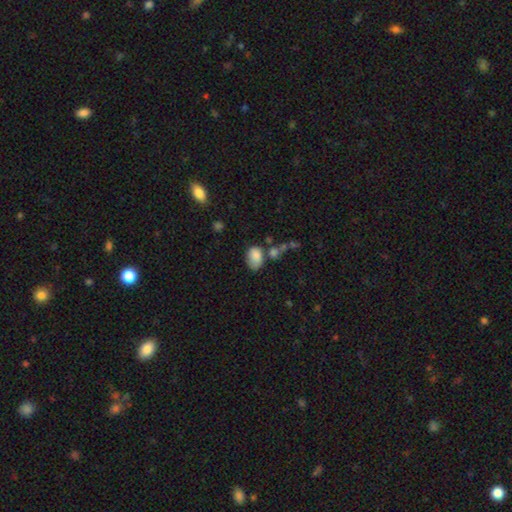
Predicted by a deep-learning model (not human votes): A smooth galaxy with no disk features (82%) that is in between round and cigar-shaped (81%). Merging: none (41%).